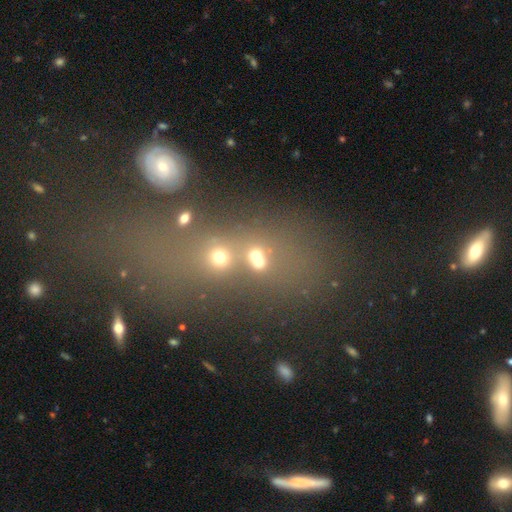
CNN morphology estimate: Overall: smooth (61%; star or artifact 26%). How rounded: round (74%). Merging: merger (51%; none 37%).